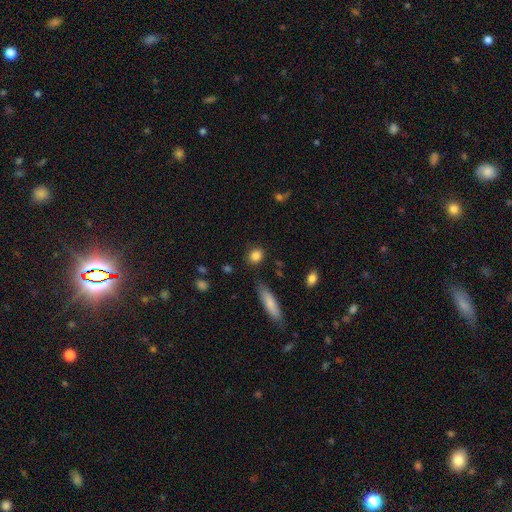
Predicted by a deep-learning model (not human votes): A smooth galaxy with no disk features (85%) that is round (67%).

Vote fractions:
- Smooth or featured? smooth: 85% / star or artifact: 9% / featured or disk: 6%
- How rounded? round: 67% / in between: 29% / cigar-shaped: 4%
- Merging? none: 86% / minor disturbance: 9% / major disturbance: 3% / merger: 3%